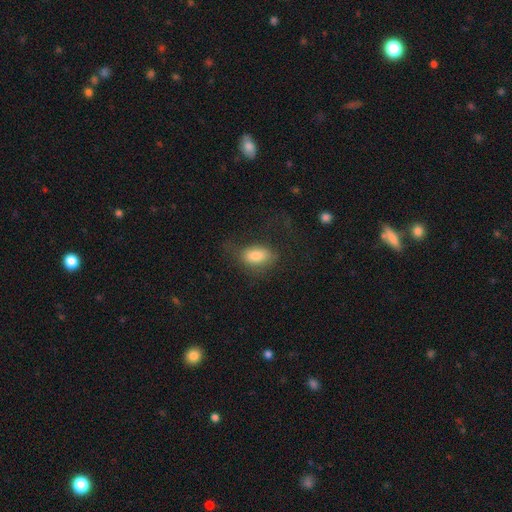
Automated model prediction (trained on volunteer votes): Smooth or featured?
  - smooth: 78% *
  - featured or disk: 13%
  - star or artifact: 9%
How rounded?
  - in between: 89% *
  - round: 8%
  - cigar-shaped: 3%
Merging?
  - none: 54% *
  - major disturbance: 23%
  - minor disturbance: 21%
  - merger: 2%